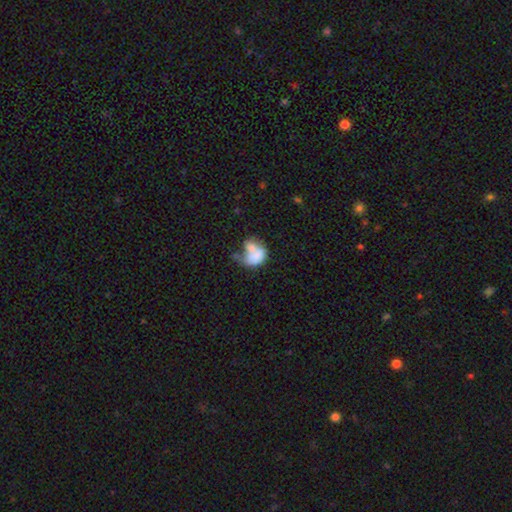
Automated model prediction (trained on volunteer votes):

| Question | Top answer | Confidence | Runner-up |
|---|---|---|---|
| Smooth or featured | smooth | 66% | featured or disk (25%) |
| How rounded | in between | 72% | round (27%) |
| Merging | merger | 51% | major disturbance (20%) |